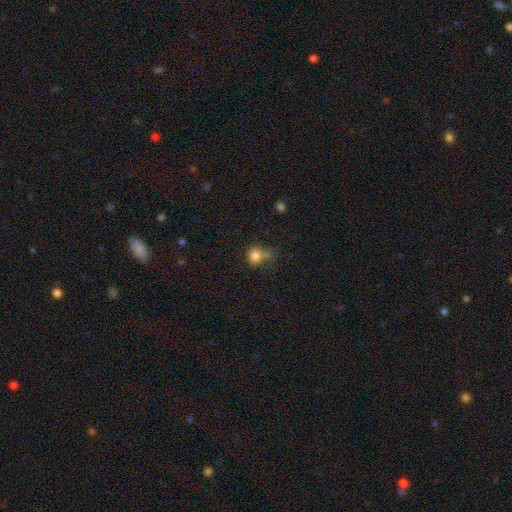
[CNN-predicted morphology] type=smooth (80%); roundness=round (69%); merging=none (44%).